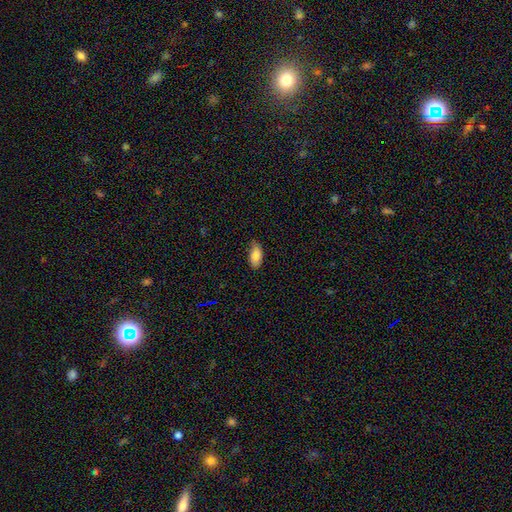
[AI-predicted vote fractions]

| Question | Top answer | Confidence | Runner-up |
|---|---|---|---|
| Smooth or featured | smooth | 85% | featured or disk (8%) |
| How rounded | in between | 92% | cigar-shaped (6%) |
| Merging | none | 76% | minor disturbance (20%) |